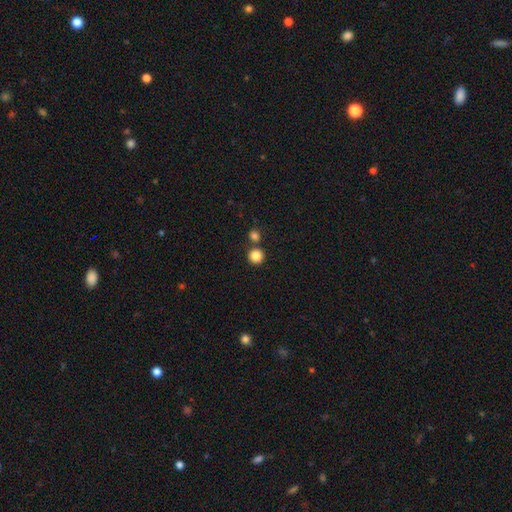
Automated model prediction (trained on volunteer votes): Q: Smooth or featured?
A: smooth (85%); runner-up: star or artifact (10%)
Q: How rounded?
A: round (93%); runner-up: in between (6%)
Q: Merging?
A: none (74%); runner-up: merger (17%)